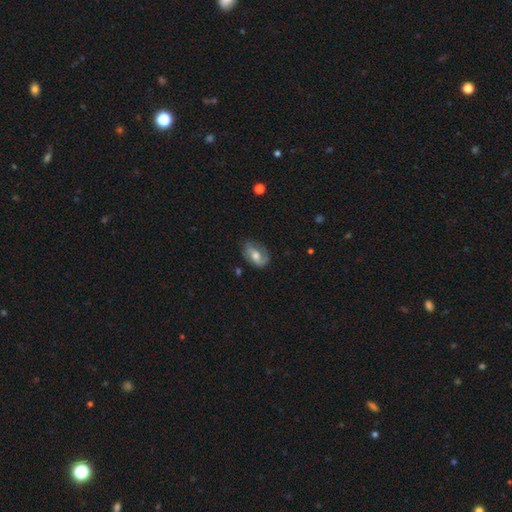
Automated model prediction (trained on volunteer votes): The model was most divided on "smooth or featured": featured or disk: 51%, smooth: 42%, star or artifact: 7%. More confident: edge-on disk — no (94%); merging — none (62%).